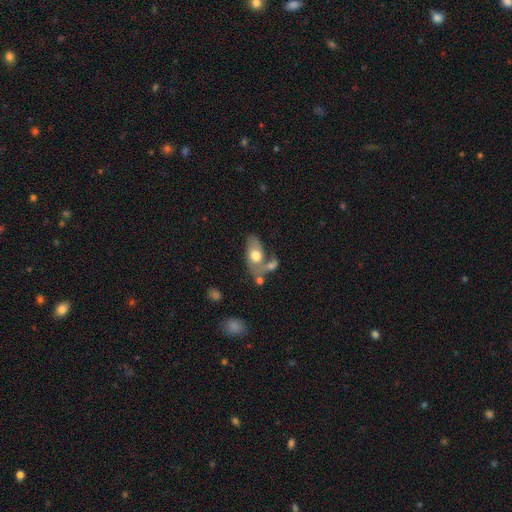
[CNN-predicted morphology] A smooth galaxy with no disk features (61%) that is in between round and cigar-shaped (88%).

Vote fractions:
- Smooth or featured? smooth: 61% / featured or disk: 33% / star or artifact: 7%
- How rounded? in between: 88% / round: 8% / cigar-shaped: 4%
- Merging? merger: 35% (tied) / none: 35% (tied) / minor disturbance: 17% / major disturbance: 13%